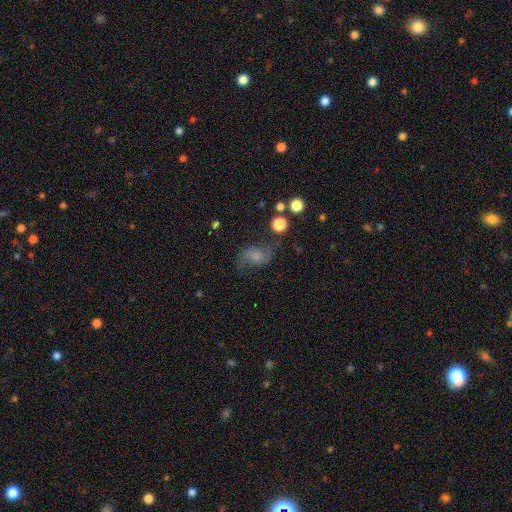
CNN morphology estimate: The model was most divided on "smooth or featured": featured or disk: 48%, smooth: 38%, star or artifact: 14%. More confident: merging — none (59%).